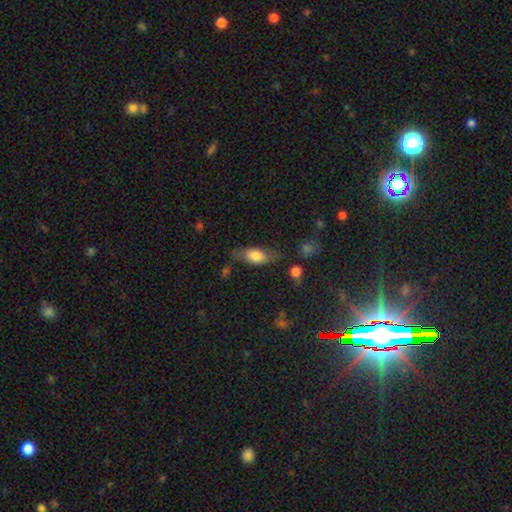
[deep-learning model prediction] Smooth or featured: smooth — 74% (featured or disk — 19%)
How rounded: in between — 81% (cigar-shaped — 15%)
Merging: none — 62% (minor disturbance — 24%)